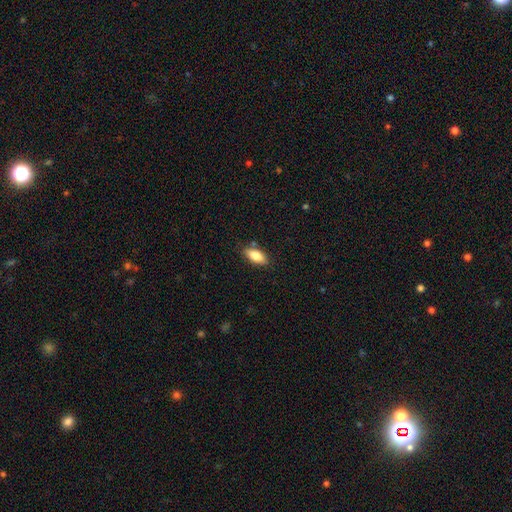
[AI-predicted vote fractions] Q: Smooth or featured?
A: smooth (83%); runner-up: featured or disk (10%)
Q: How rounded?
A: in between (86%); runner-up: cigar-shaped (12%)
Q: Merging?
A: none (81%); runner-up: minor disturbance (13%)